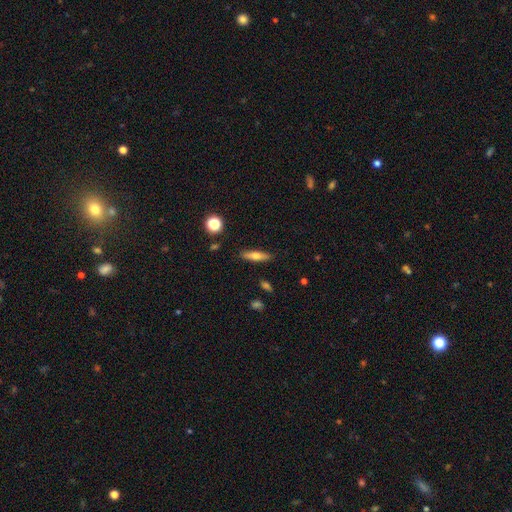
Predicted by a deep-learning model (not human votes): Q: Smooth or featured?
A: smooth (60%); runner-up: featured or disk (32%)
Q: How rounded?
A: cigar-shaped (68%); runner-up: in between (29%)
Q: Merging?
A: none (88%); runner-up: minor disturbance (9%)